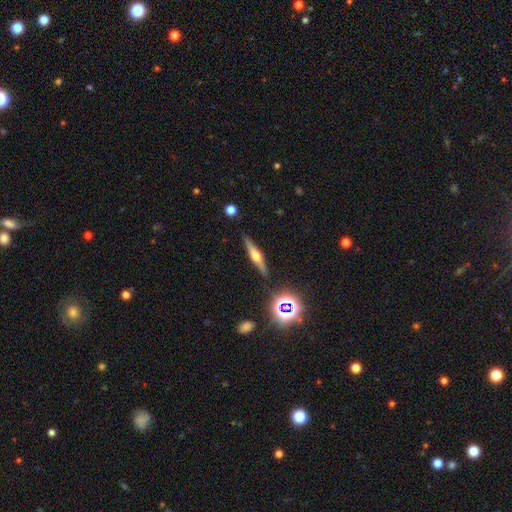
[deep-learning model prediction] Smooth or featured?
  - featured or disk: 60% *
  - smooth: 29%
  - star or artifact: 11%
Edge-on disk?
  - yes: 96% *
  - no: 4%
Edge-on bulge?
  - rounded: 89% *
  - boxy: 6%
  - none: 4%
Merging?
  - none: 88% *
  - minor disturbance: 9%
  - merger: 2%
  - major disturbance: 2%